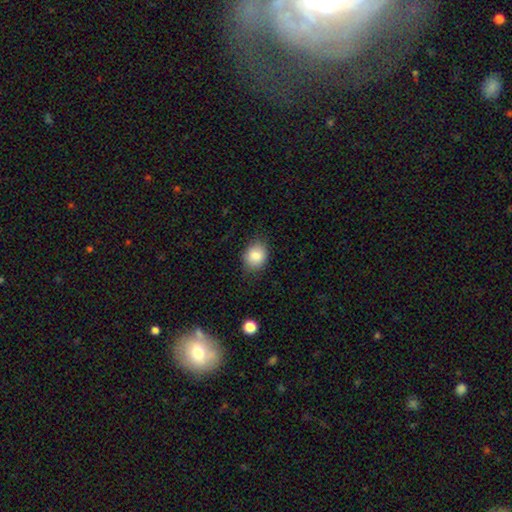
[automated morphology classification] Smooth or featured: smooth — 84% (star or artifact — 9%)
How rounded: round — 54% (in between — 45%)
Merging: none — 78% (minor disturbance — 17%)